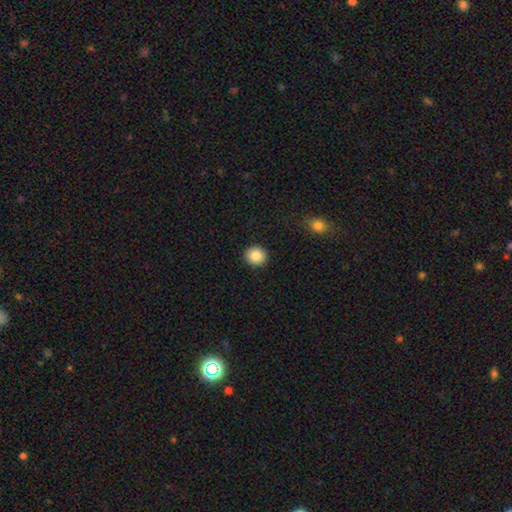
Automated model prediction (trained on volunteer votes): This is clearly a smooth galaxy (86%). How rounded: clearly round (87%). Merging: clearly none (92%).